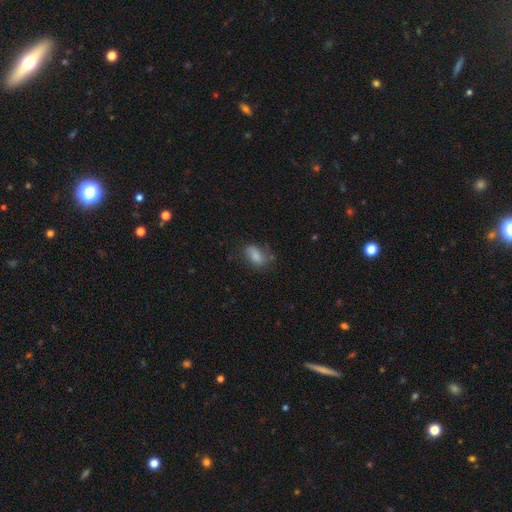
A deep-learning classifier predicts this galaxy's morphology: smooth 77%, featured or disk 14%, star or artifact 9%. Down the decision tree: how rounded — in between (88%); merging — none (57%).